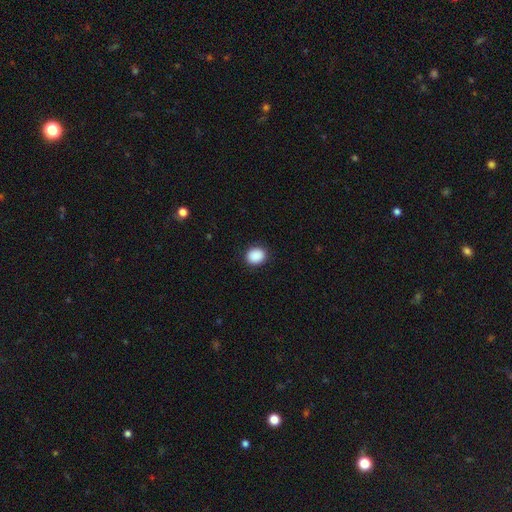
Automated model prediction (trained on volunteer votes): Smooth or featured? smooth (90%)
How rounded? round (67%)
Merging? none (90%)